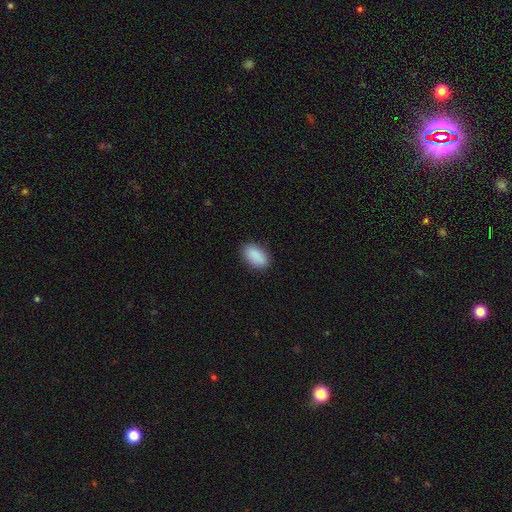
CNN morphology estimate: Smooth or featured: smooth — 90% (star or artifact — 7%)
How rounded: in between — 93% (round — 5%)
Merging: none — 86% (minor disturbance — 11%)